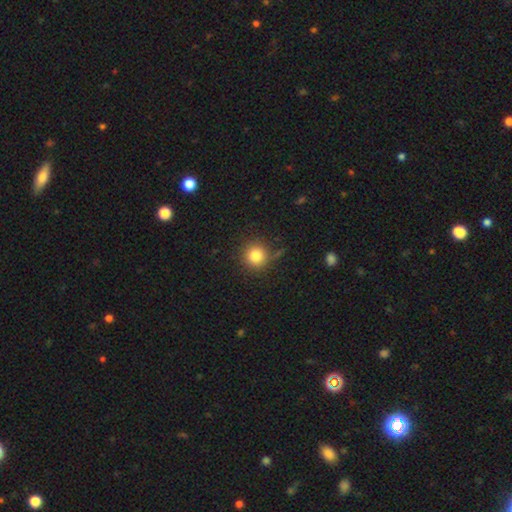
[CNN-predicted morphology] Q: Smooth or featured?
A: smooth (83%); runner-up: star or artifact (11%)
Q: How rounded?
A: round (94%); runner-up: in between (5%)
Q: Merging?
A: none (80%); runner-up: minor disturbance (12%)